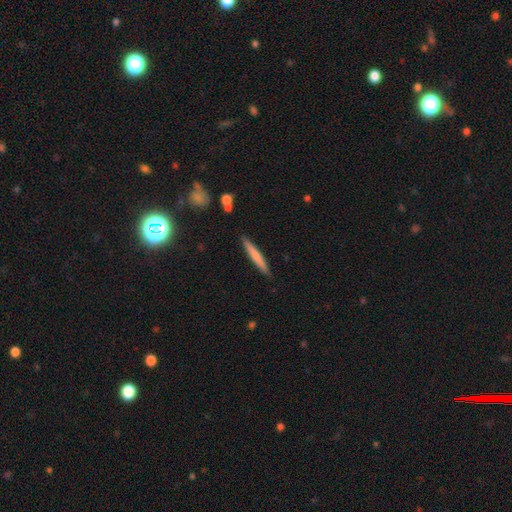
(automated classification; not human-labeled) smooth 66%, featured or disk 28%, star or artifact 5%. Down the decision tree: how rounded — cigar-shaped (95%); merging — none (90%).